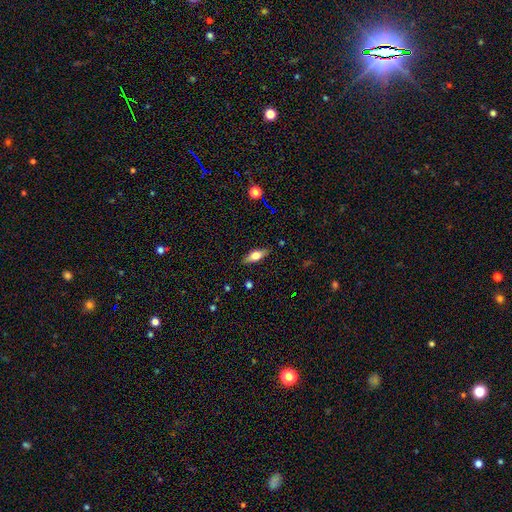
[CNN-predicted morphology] type=smooth (52%); roundness=in between (64%); merging=none (86%).